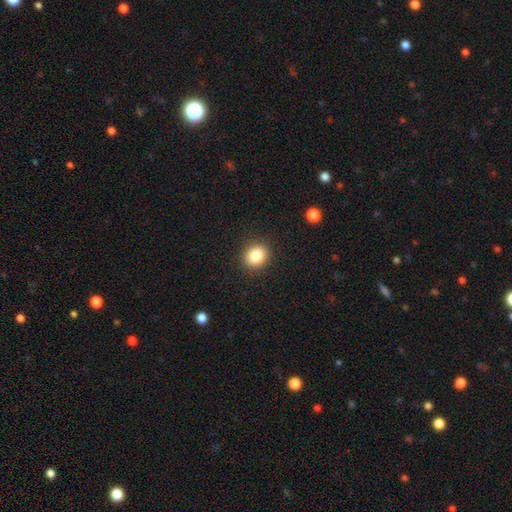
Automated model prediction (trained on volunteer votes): smooth 84%, star or artifact 10%, featured or disk 6%. Down the decision tree: how rounded — round (73%); merging — none (90%).